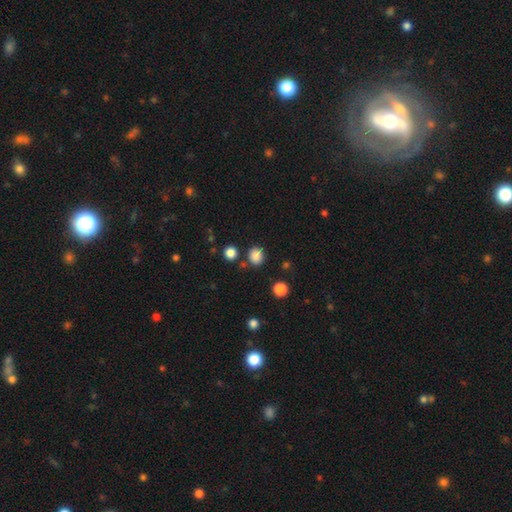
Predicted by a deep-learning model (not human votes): Smooth or featured? smooth (84%)
How rounded? round (74%)
Merging? none (79%)